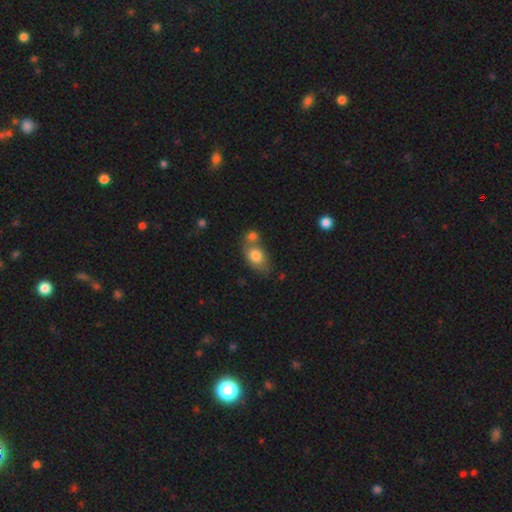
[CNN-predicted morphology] A smooth galaxy with no disk features (79%) that is in between round and cigar-shaped (78%).

Vote fractions:
- Smooth or featured? smooth: 79% / featured or disk: 13% / star or artifact: 8%
- How rounded? in between: 78% / round: 20% / cigar-shaped: 2%
- Merging? none: 41% / merger: 40% / minor disturbance: 14% / major disturbance: 5%